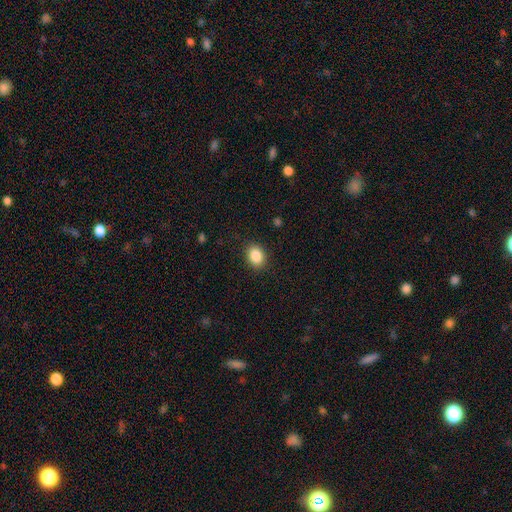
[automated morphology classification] This appears to be a smooth galaxy with no disk features (88%) that is in between round and cigar-shaped (63%). Merging: none (88%).